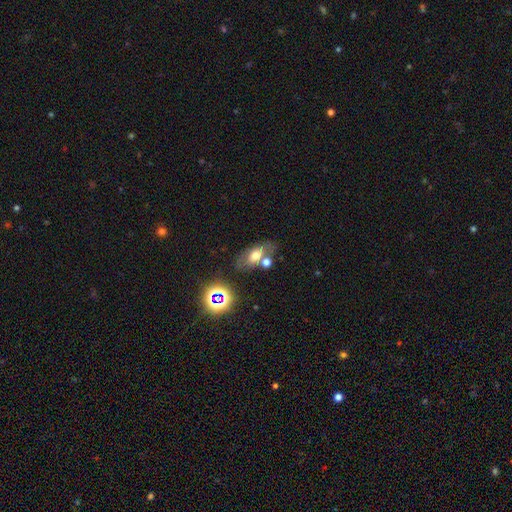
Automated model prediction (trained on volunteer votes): Smooth or featured? smooth (56%)
How rounded? in between (81%)
Merging? none (57%)